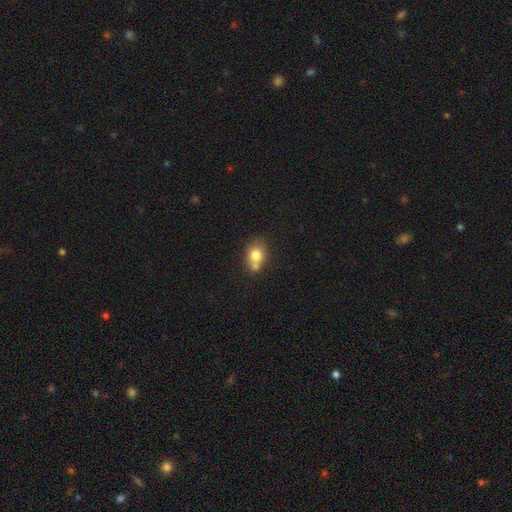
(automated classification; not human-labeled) The model was most divided on "merging": none: 42%, merger: 35%, minor disturbance: 18%, major disturbance: 6%. More confident: smooth or featured — smooth (77%); how rounded — in between (55%).